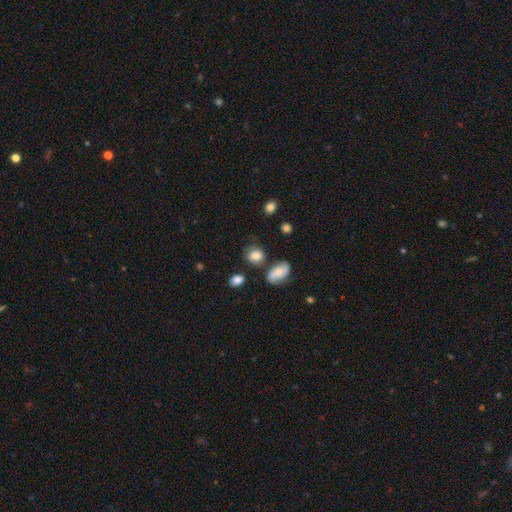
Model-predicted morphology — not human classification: smooth-or-featured: smooth: 76% | featured or disk: 14% | star or artifact: 10%
  how-rounded: round: 64% | in between: 35% | cigar-shaped: 2%
  merging: none: 63% | minor disturbance: 20% | merger: 9% | major disturbance: 7%